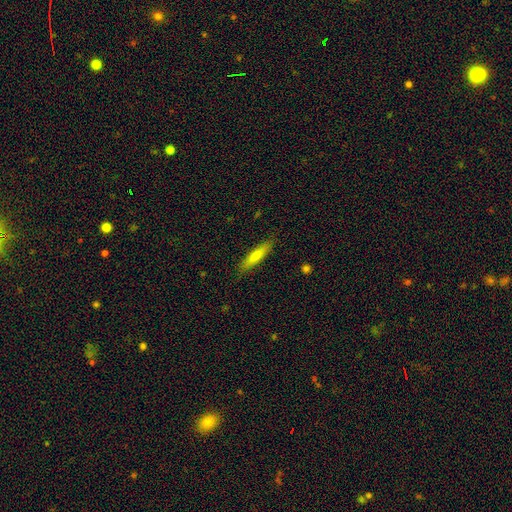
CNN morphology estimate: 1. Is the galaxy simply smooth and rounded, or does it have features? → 67% smooth, 27% featured or disk, 6% star or artifact.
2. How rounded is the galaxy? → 86% cigar-shaped, 12% in between, 1% round.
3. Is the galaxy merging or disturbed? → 88% none, 9% minor disturbance, 2% major disturbance, 1% merger.